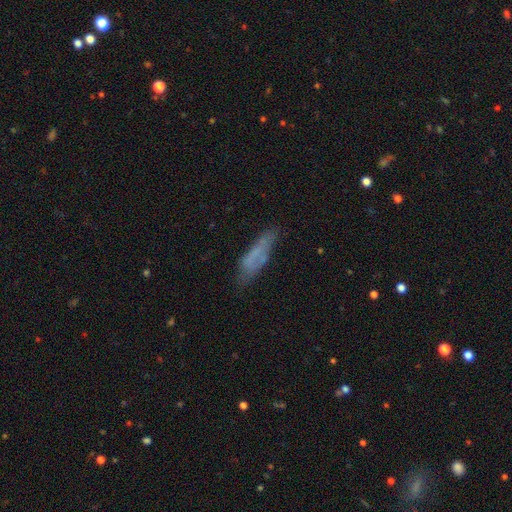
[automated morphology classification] smooth-or-featured: smooth: 55% | featured or disk: 35% | star or artifact: 10%
  how-rounded: cigar-shaped: 67% | in between: 31% | round: 2%
  merging: none: 61% | minor disturbance: 24% | major disturbance: 11% | merger: 4%